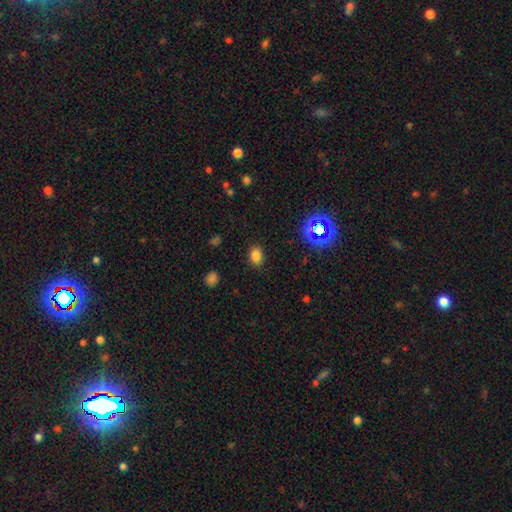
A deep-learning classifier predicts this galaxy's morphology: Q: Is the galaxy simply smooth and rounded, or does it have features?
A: smooth — 79%.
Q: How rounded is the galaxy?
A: in between — 57%.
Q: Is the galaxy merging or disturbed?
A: none — 87%.